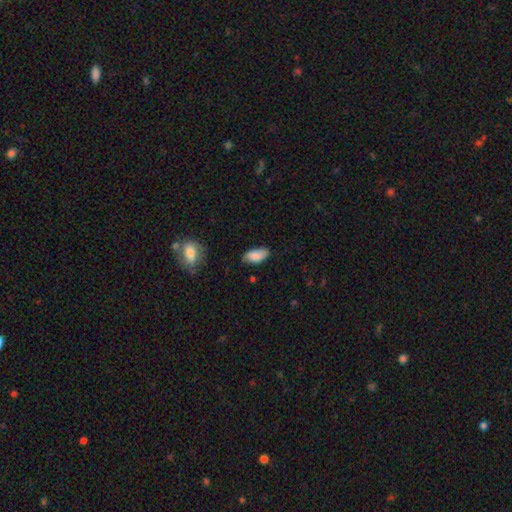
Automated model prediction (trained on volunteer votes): Smooth or featured: smooth — 84% (featured or disk — 9%)
How rounded: in between — 91% (cigar-shaped — 6%)
Merging: none — 71% (minor disturbance — 24%)